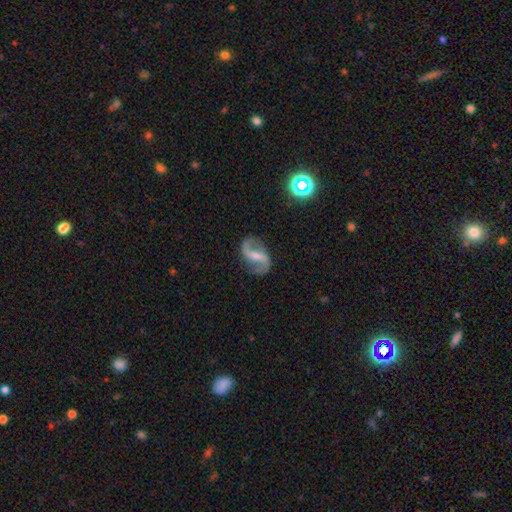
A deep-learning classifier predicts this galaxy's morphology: type=featured or disk (89%); edge-on=no (98%); bar=weak (43%); spiral arms=yes (97%); winding=loose (61%); arm count=2 (94%); bulge=small (52%); merging=none (84%).